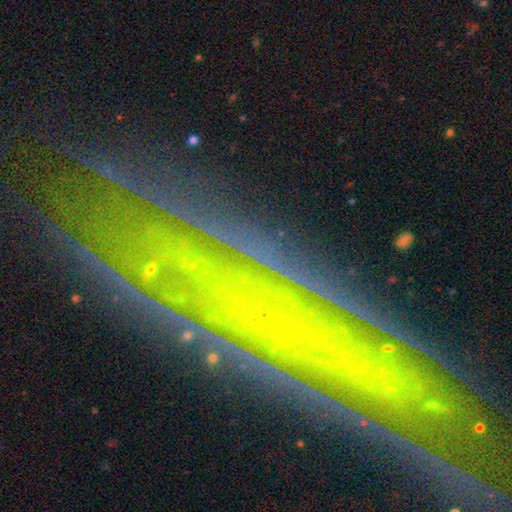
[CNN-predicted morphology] Q: Smooth or featured?
A: star or artifact (70%); runner-up: featured or disk (20%)